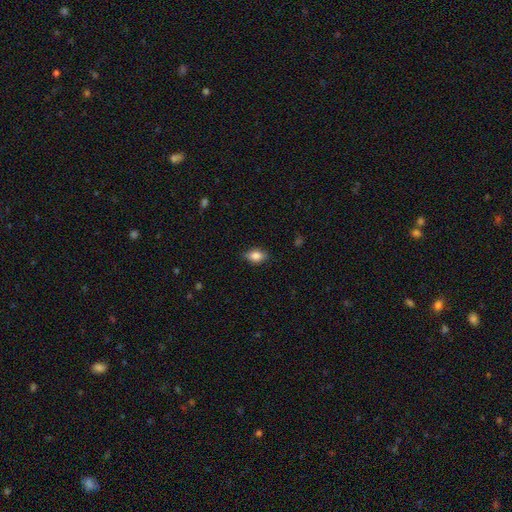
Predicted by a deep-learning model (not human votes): Morphology: type=smooth (80%); roundness=in between (85%); merging=none (83%).